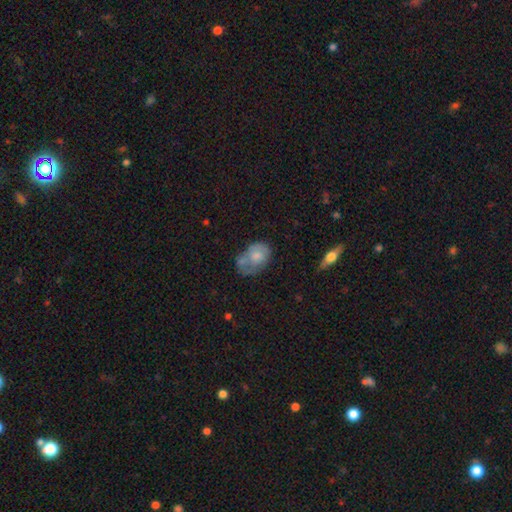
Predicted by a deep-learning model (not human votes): Smooth or featured? Predicted: smooth (p=0.58). How rounded? Predicted: in between (p=0.77). Merging? Predicted: none (p=0.35).